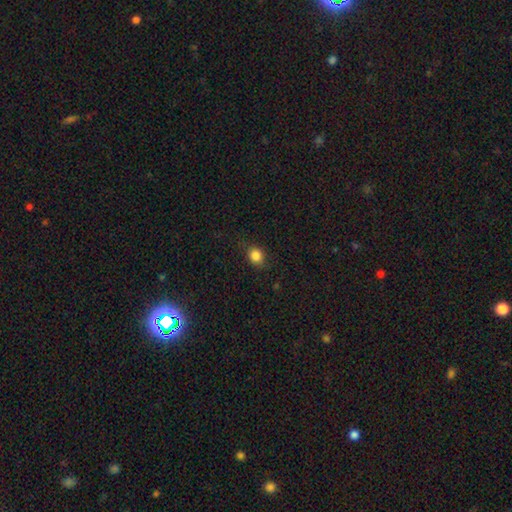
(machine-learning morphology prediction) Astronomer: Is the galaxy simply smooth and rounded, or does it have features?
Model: smooth — 85%.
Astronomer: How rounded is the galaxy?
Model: round — 71%.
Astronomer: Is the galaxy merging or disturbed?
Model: none — 82%.